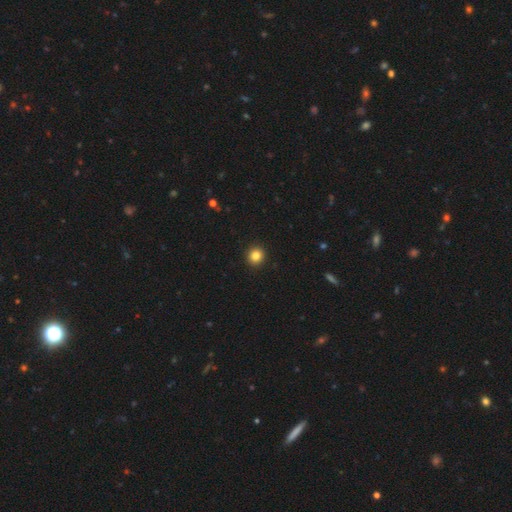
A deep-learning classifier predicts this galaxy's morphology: smooth_or_featured: smooth (p=0.84) [alt: star or artifact p=0.11]
how_rounded: round (p=0.91) [alt: in between p=0.08]
merging: none (p=0.93) [alt: minor disturbance p=0.04]